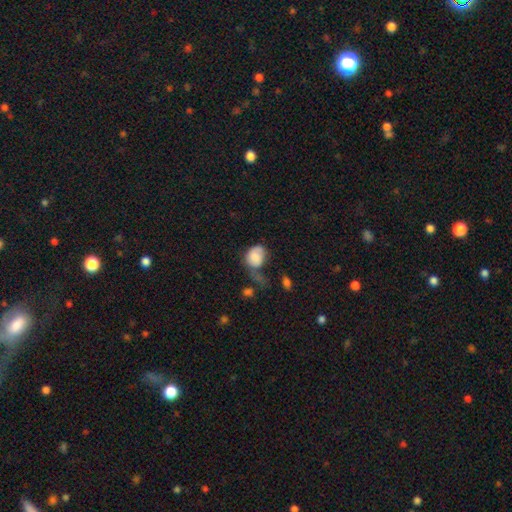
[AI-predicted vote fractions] This is likely a smooth galaxy (76%). How rounded: possibly in between (55%). Merging: marginally major disturbance (36%).